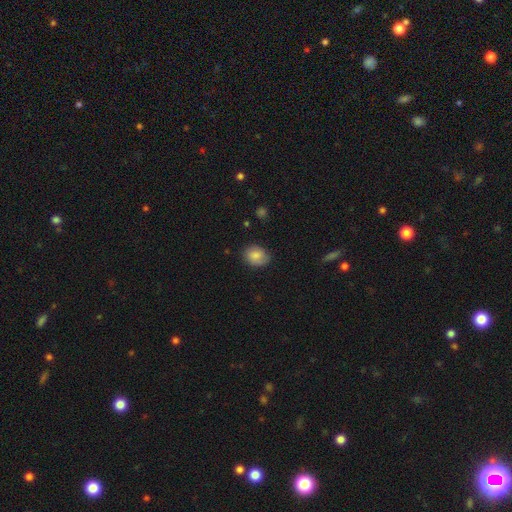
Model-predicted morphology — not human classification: smooth 83%, featured or disk 9%, star or artifact 8%. Down the decision tree: how rounded — in between (57%); merging — none (79%).